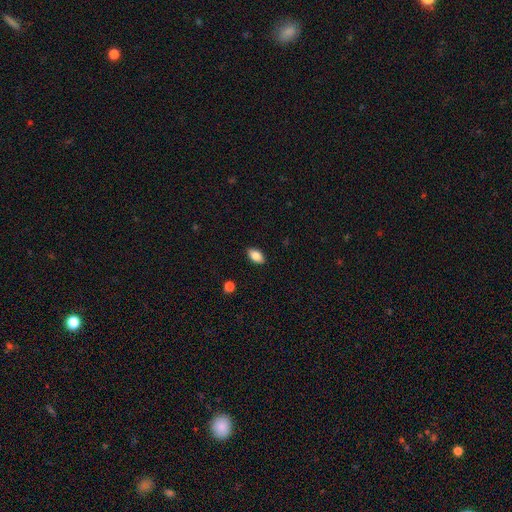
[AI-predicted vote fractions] smooth-or-featured: smooth: 84% | featured or disk: 8% | star or artifact: 8%
  how-rounded: in between: 92% | round: 6% | cigar-shaped: 3%
  merging: none: 89% | minor disturbance: 8% | major disturbance: 2% | merger: 1%